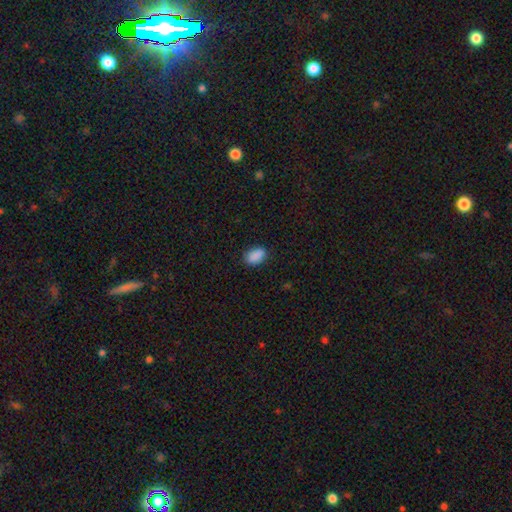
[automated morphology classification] type=smooth (88%); roundness=in between (88%); merging=none (82%).